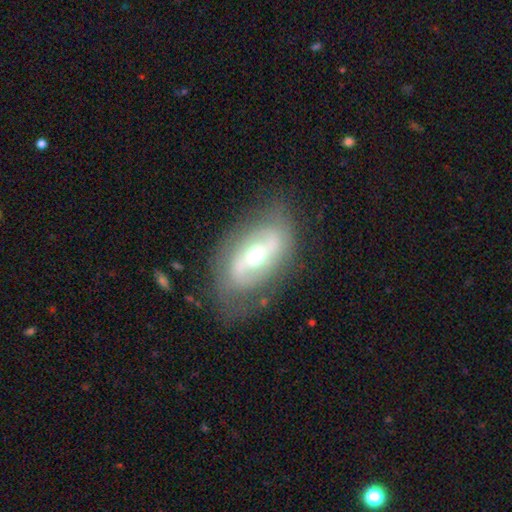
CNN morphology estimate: This is likely a featured or disk galaxy (70%). It is clearly not viewed edge-on (91%). Bar: marginally strong (37%). Spiral arm pattern: likely yes (61%). Central bulge: likely moderate (70%). Merging: likely none (73%).